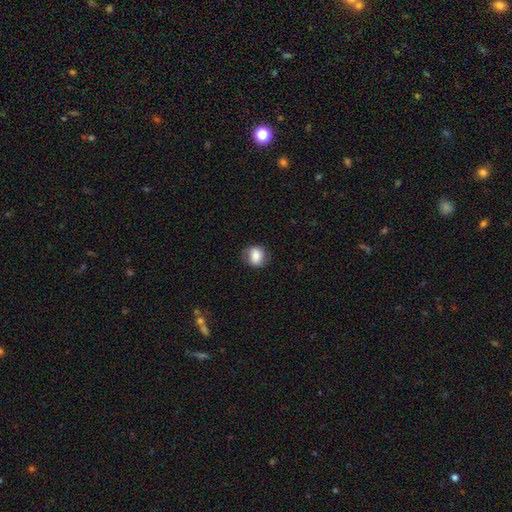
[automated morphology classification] smooth 77%, featured or disk 15%, star or artifact 9%. Down the decision tree: how rounded — round (64%); merging — none (79%).